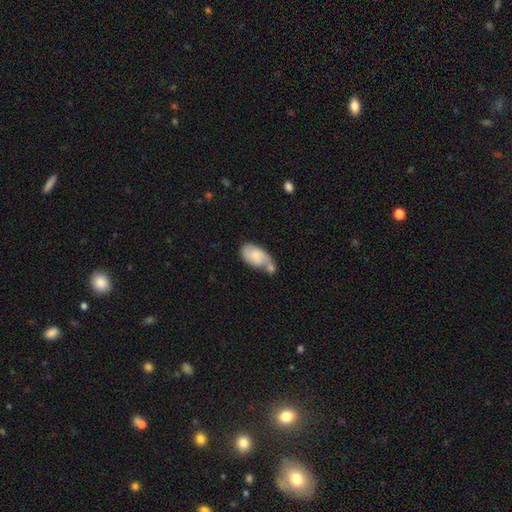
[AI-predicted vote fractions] Q: Smooth or featured?
A: smooth (62%); runner-up: featured or disk (31%)
Q: How rounded?
A: in between (91%); runner-up: round (6%)
Q: Merging?
A: merger (48%); runner-up: none (23%)